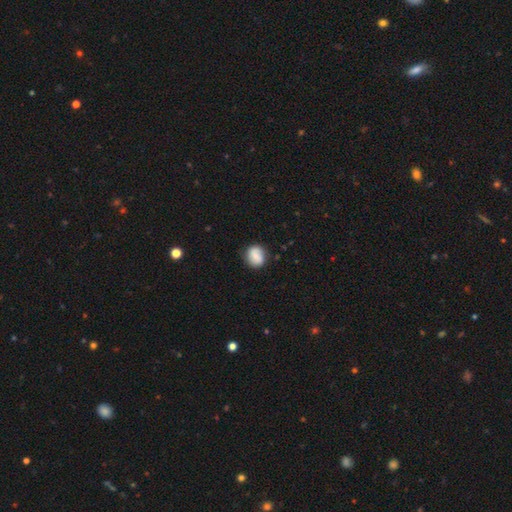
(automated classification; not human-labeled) The model was most divided on "smooth or featured": smooth: 68%, featured or disk: 23%, star or artifact: 8%. More confident: merging — none (77%); how rounded — round (72%).